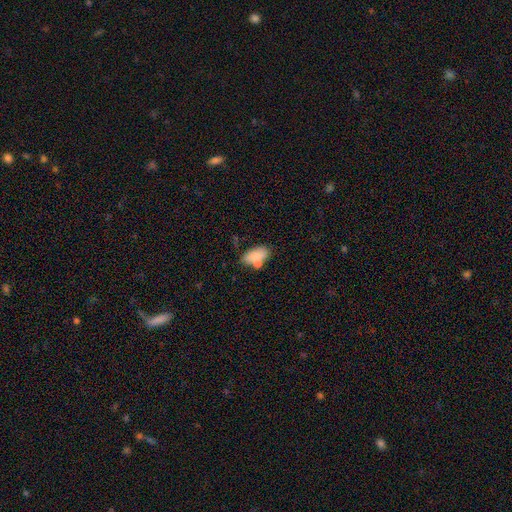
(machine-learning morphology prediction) A smooth galaxy with no disk features (77%) that is in between round and cigar-shaped (89%). Merging: none (49%).